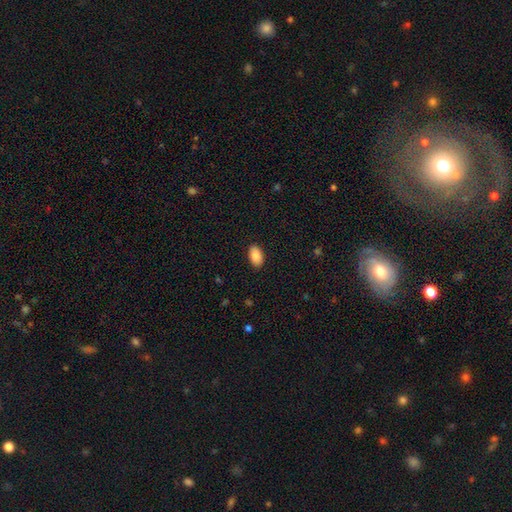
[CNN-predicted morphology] smooth-or-featured: smooth: 89% | star or artifact: 7% | featured or disk: 4%
  how-rounded: in between: 94% | round: 4% | cigar-shaped: 1%
  merging: none: 89% | minor disturbance: 8% | major disturbance: 2% | merger: 1%